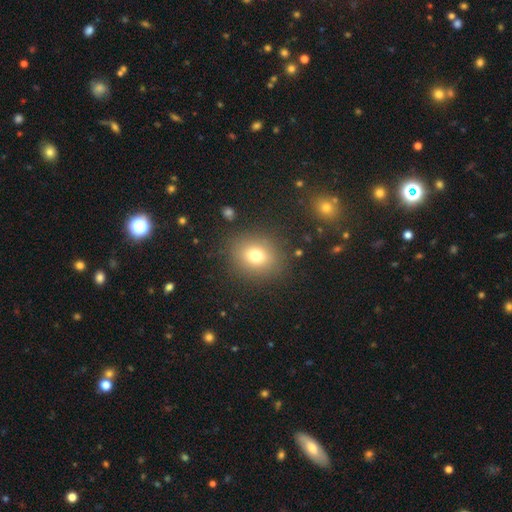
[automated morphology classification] Smooth or featured?
  - smooth: 74% *
  - star or artifact: 14%
  - featured or disk: 12%
How rounded?
  - round: 63% *
  - in between: 36%
  - cigar-shaped: 1%
Merging?
  - none: 85% *
  - minor disturbance: 9%
  - major disturbance: 4%
  - merger: 2%